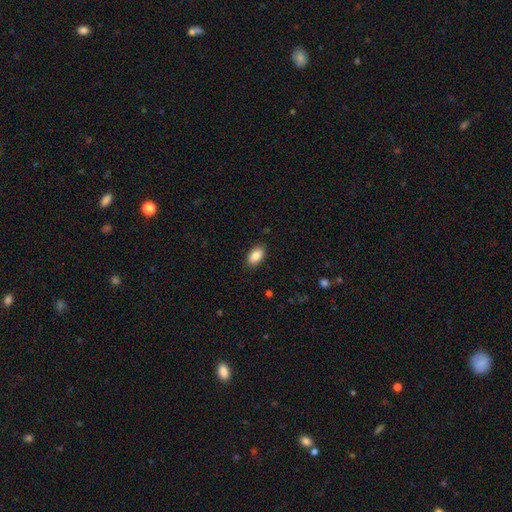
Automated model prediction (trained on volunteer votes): Smooth or featured: smooth — 88% (star or artifact — 7%)
How rounded: in between — 93% (round — 5%)
Merging: none — 87% (minor disturbance — 10%)